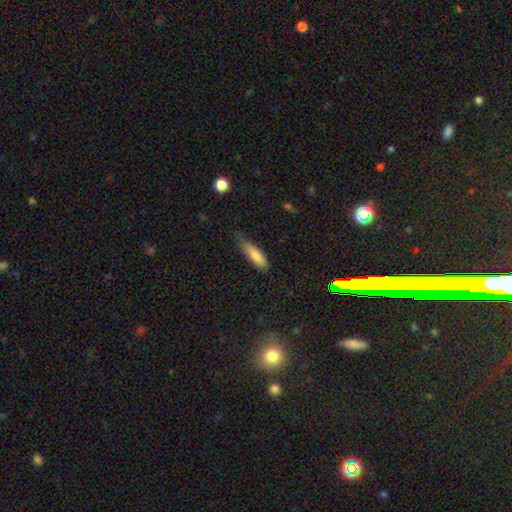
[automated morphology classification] Smooth or featured? Predicted: smooth (p=0.80). How rounded? Predicted: cigar-shaped (p=0.54). Merging? Predicted: none (p=0.56).